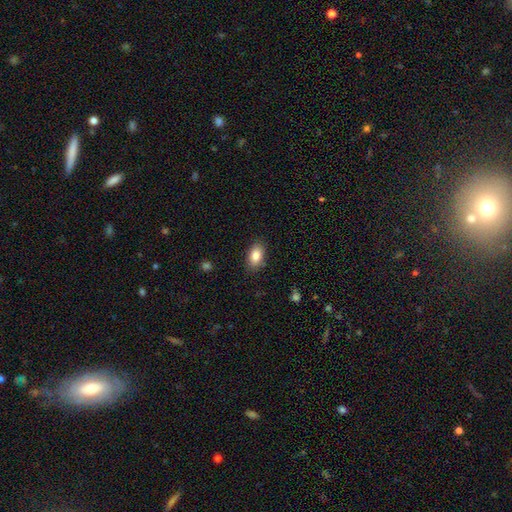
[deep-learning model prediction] Morphology: type=smooth (85%); roundness=in between (91%); merging=none (86%).